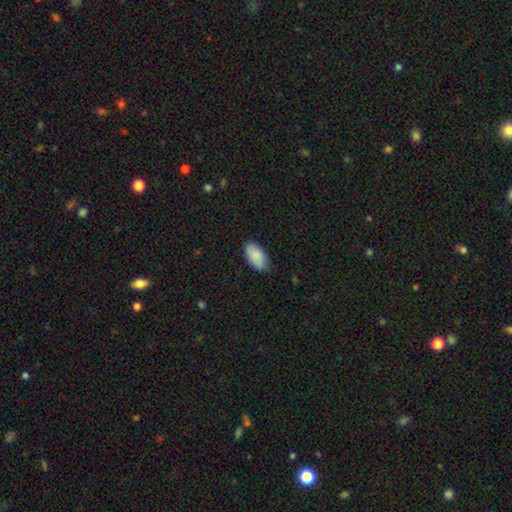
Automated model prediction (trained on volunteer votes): The model was most divided on "merging": none: 80%, minor disturbance: 16%, major disturbance: 3%, merger: 1%. More confident: how rounded — in between (94%); smooth or featured — smooth (88%).